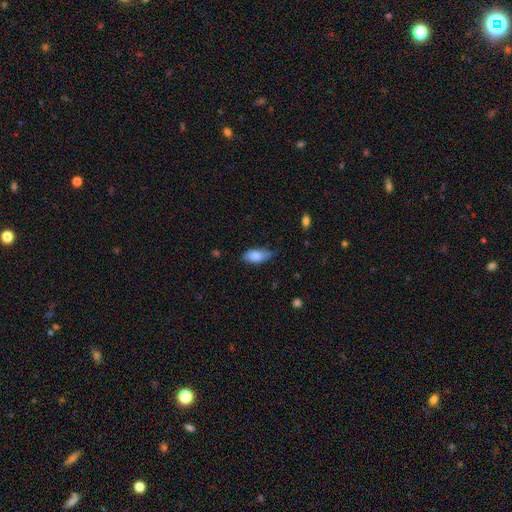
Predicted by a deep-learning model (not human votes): smooth-or-featured: smooth: 82% | featured or disk: 11% | star or artifact: 7%
  how-rounded: in between: 89% | cigar-shaped: 8% | round: 3%
  merging: none: 63% | minor disturbance: 31% | major disturbance: 5% | merger: 2%